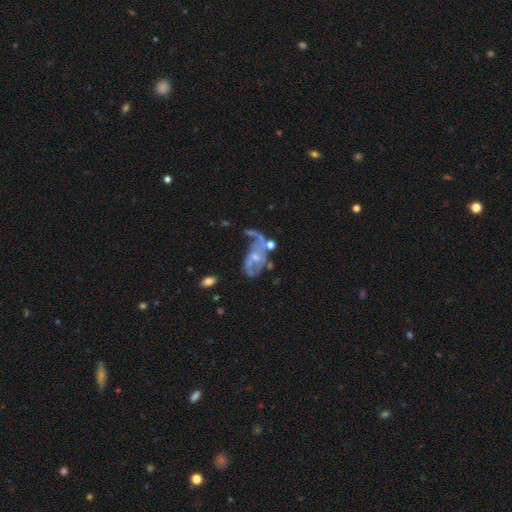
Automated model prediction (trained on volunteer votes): Morphology: type=featured or disk (74%); edge-on=no (96%); bar=no (69%); spiral arms=yes (64%); bulge=small (56%); merging=major disturbance (39%).